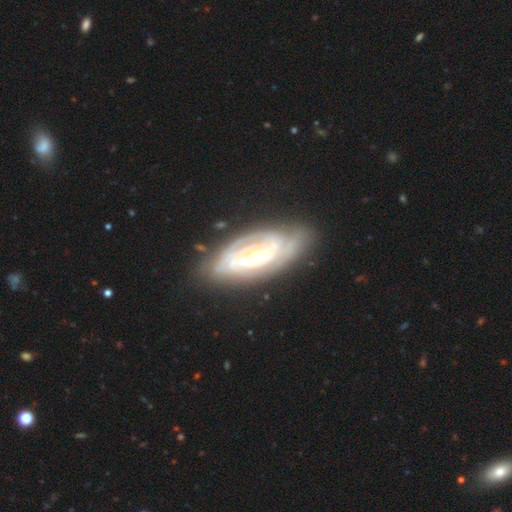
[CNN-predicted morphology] This appears to be a featured or disk galaxy (83%) with no bar (63%), tight (73%) spiral arms (86%) and a moderate central bulge (51%). Merging: none (71%).